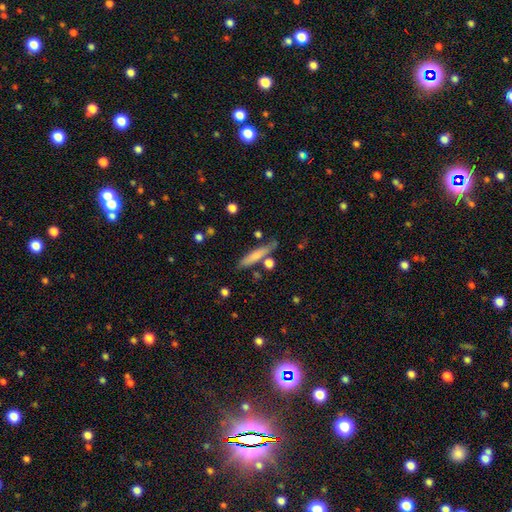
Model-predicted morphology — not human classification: Smooth or featured: smooth — 67% (featured or disk — 26%)
How rounded: cigar-shaped — 87% (in between — 11%)
Merging: none — 72% (minor disturbance — 16%)